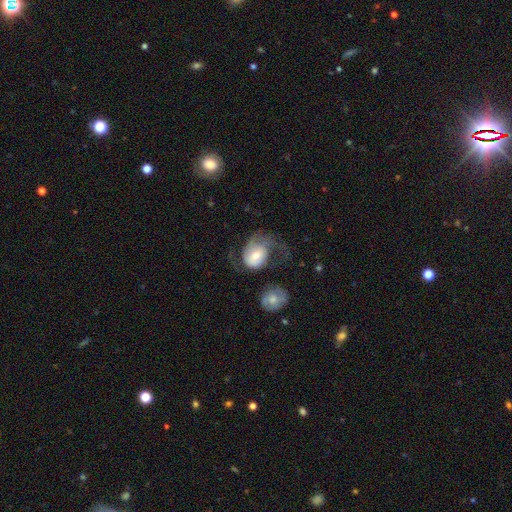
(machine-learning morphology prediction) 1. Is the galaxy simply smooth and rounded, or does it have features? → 54% featured or disk, 39% smooth, 7% star or artifact.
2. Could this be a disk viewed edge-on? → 96% no, 4% yes.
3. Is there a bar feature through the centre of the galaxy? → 70% no, 24% weak, 7% strong.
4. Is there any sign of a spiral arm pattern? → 76% yes, 24% no.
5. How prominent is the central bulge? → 54% moderate, 35% small, 7% large, 2% dominant, 2% none.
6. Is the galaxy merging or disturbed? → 48% major disturbance, 25% none, 19% minor disturbance, 8% merger.